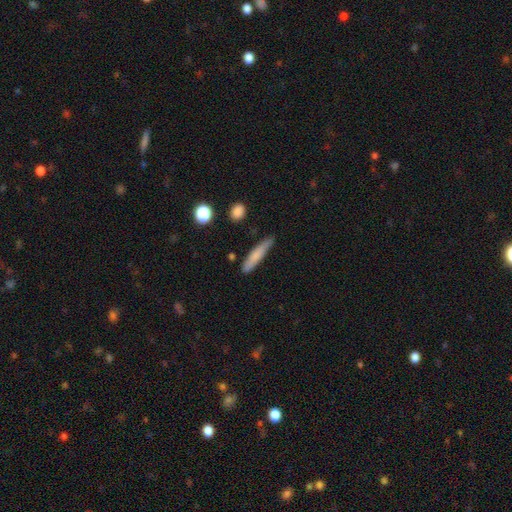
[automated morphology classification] A smooth galaxy with no disk features (73%) that is cigar-shaped (88%). Merging: none (78%).